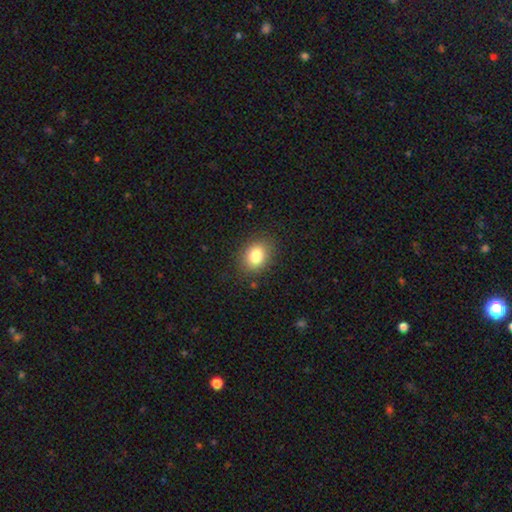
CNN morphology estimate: smooth_or_featured: smooth (p=0.83) [alt: star or artifact p=0.09]
how_rounded: in between (p=0.64) [alt: round p=0.35]
merging: none (p=0.84) [alt: minor disturbance p=0.11]